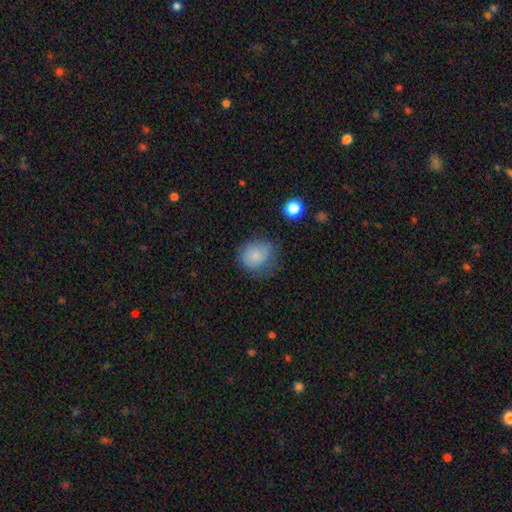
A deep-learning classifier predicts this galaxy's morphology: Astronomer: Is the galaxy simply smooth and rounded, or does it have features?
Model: smooth — 80%.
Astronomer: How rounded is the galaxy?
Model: round — 66%.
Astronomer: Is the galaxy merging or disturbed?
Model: none — 58%.